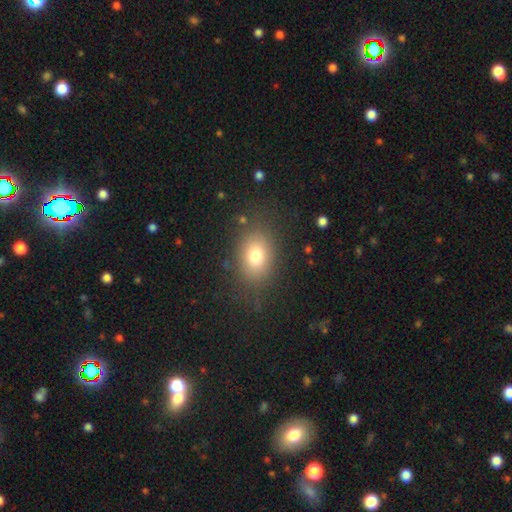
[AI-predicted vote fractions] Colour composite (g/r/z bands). It shows a smooth galaxy with no disk features (76%) that is in between round and cigar-shaped (72%). Merging: none (80%).